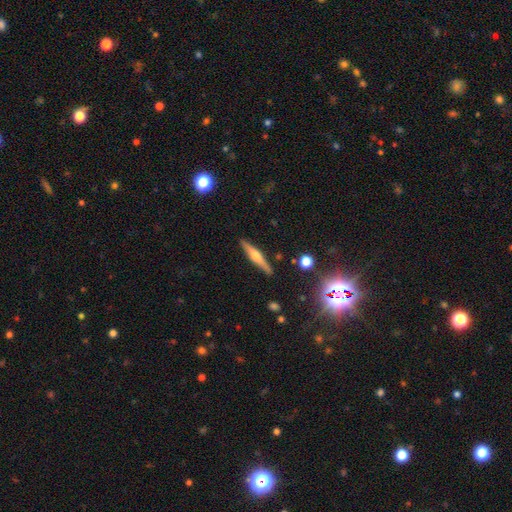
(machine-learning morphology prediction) Smooth or featured: featured or disk — 63% (smooth — 30%)
Edge-on disk: yes — 97% (no — 3%)
Edge-on bulge: rounded — 88% (boxy — 7%)
Merging: none — 89% (minor disturbance — 8%)